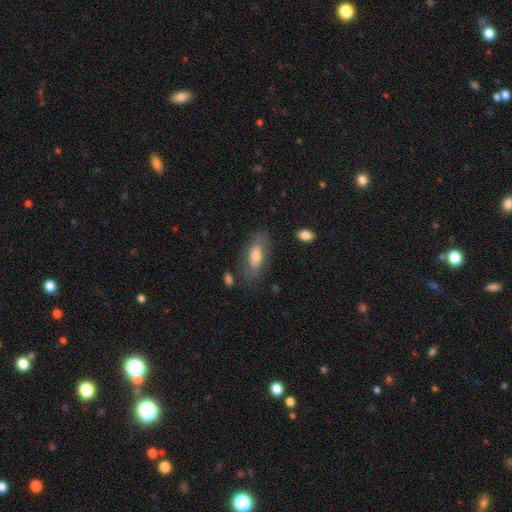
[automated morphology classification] This is likely a smooth galaxy (64%). How rounded: clearly in between (81%). Merging: likely none (72%).